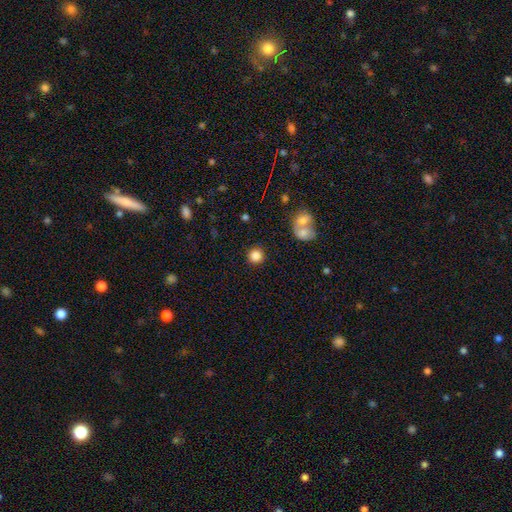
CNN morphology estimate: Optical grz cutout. It shows a smooth galaxy with no disk features (85%) that is round (93%). Merging: none (86%).